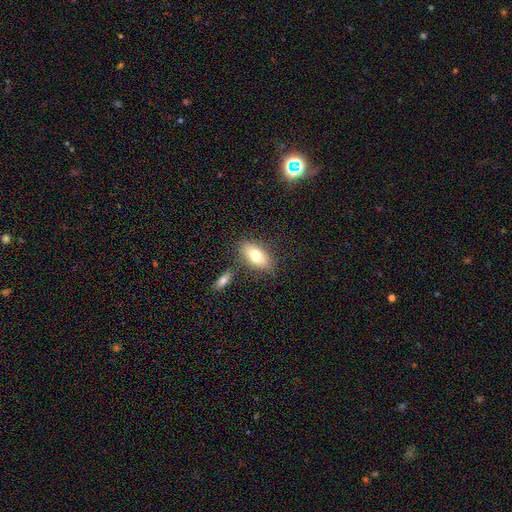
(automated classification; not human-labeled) Overall: smooth (75%). How rounded: in between (89%). Merging: none (75%).